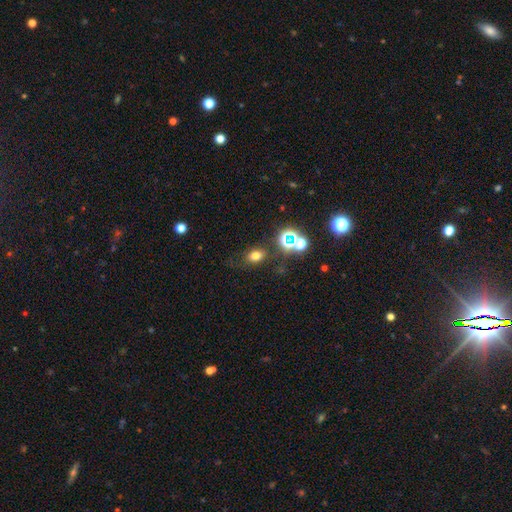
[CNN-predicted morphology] This appears to be a smooth galaxy with no disk features (70%) that is in between round and cigar-shaped (67%). Merging: none (76%).